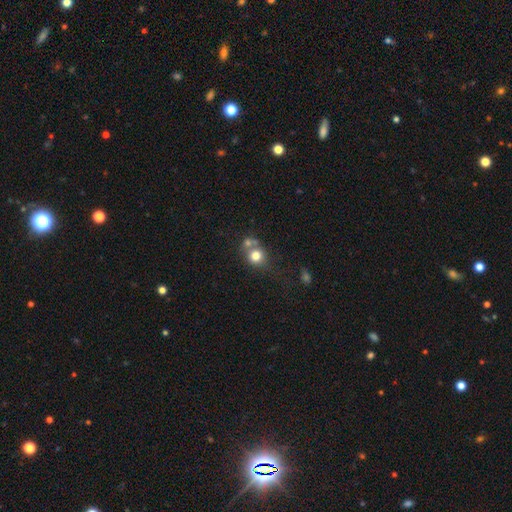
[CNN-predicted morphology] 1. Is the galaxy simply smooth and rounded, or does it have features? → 76% smooth, 12% featured or disk, 12% star or artifact.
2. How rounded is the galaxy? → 81% round, 18% in between, 1% cigar-shaped.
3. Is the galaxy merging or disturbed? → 46% none, 40% merger, 10% minor disturbance, 5% major disturbance.